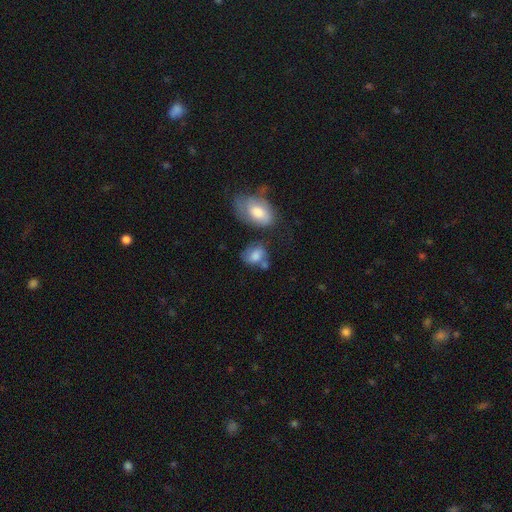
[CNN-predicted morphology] This is likely a smooth galaxy (73%). How rounded: likely in between (69%). Merging: marginally none (42%).